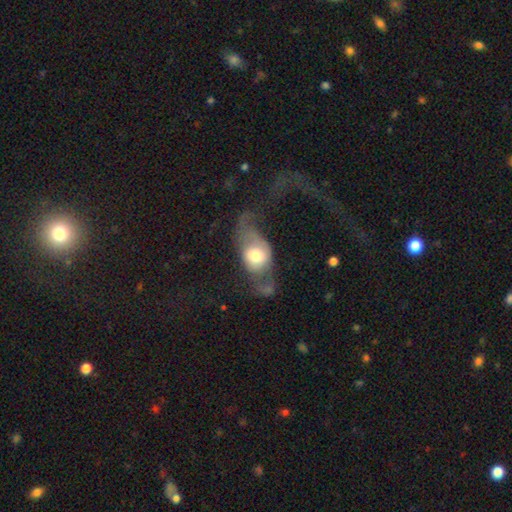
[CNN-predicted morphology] type=smooth (47%); merging=major disturbance (48%).